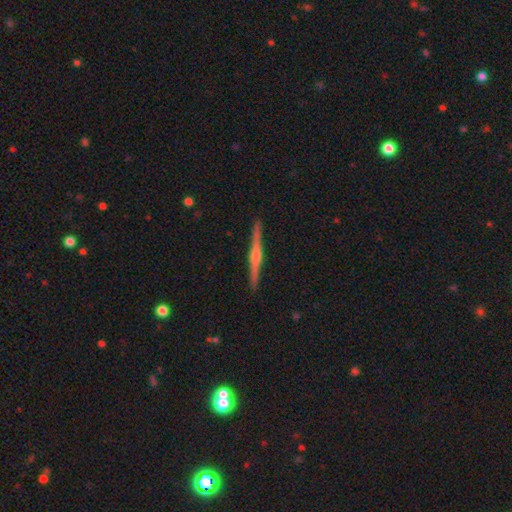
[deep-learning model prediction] smooth_or_featured: featured or disk (p=0.81) [alt: smooth p=0.13]
disk_edge_on: yes (p=0.98) [alt: no p=0.02]
edge_on_bulge: rounded (p=0.84) [alt: none p=0.08]
merging: none (p=0.92) [alt: minor disturbance p=0.05]